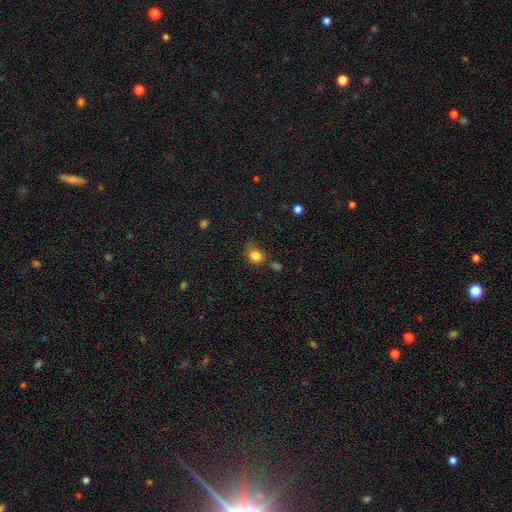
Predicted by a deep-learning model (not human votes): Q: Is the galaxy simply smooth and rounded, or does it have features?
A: smooth — 83%.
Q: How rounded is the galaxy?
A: round — 62%.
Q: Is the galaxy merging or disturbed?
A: none — 60%.